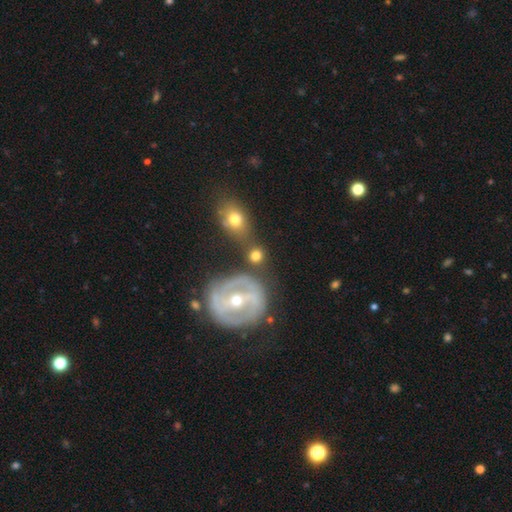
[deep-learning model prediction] Smooth or featured?
  - smooth: 61% *
  - featured or disk: 30%
  - star or artifact: 10%
How rounded?
  - round: 81% *
  - in between: 18%
  - cigar-shaped: 2%
Merging?
  - none: 64% *
  - merger: 17%
  - minor disturbance: 13%
  - major disturbance: 6%